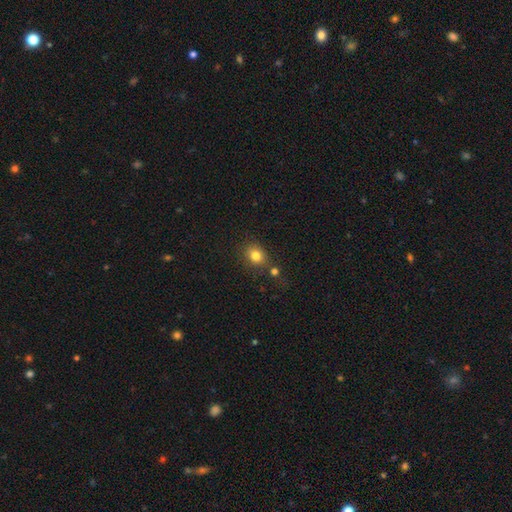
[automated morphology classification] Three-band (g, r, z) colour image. It shows a smooth galaxy with no disk features (81%) that is round (62%). Merging: none (69%).